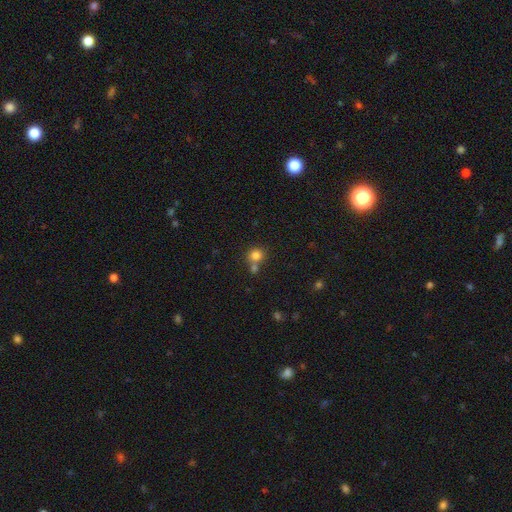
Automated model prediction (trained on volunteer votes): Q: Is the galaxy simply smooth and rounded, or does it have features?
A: smooth — 81%.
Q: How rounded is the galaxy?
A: round — 87%.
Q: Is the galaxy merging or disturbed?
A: none — 56%.